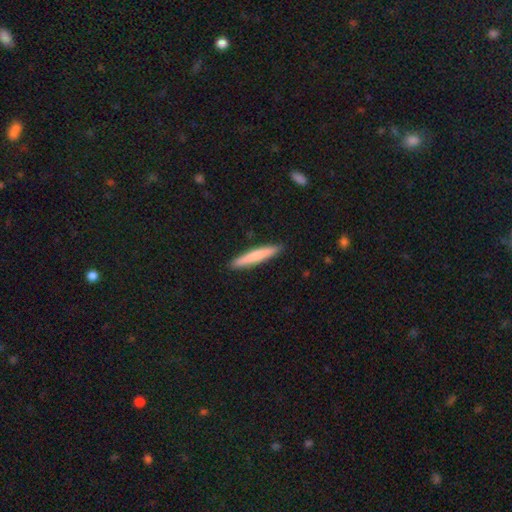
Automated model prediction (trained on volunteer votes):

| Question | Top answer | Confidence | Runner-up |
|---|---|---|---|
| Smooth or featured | smooth | 72% | featured or disk (23%) |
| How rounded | cigar-shaped | 94% | in between (5%) |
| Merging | none | 91% | minor disturbance (7%) |